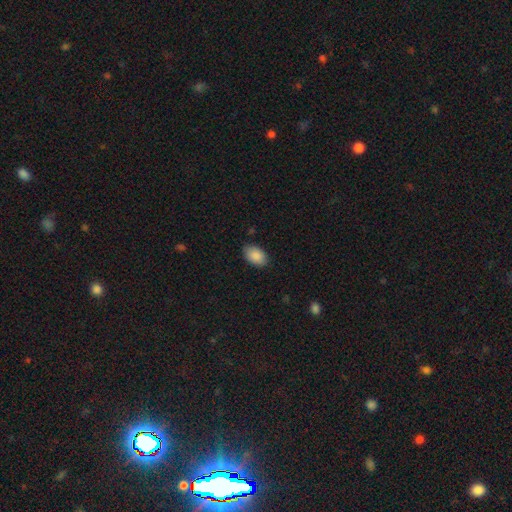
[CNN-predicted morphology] smooth 89%, star or artifact 6%, featured or disk 4%. Down the decision tree: how rounded — in between (91%); merging — none (83%).